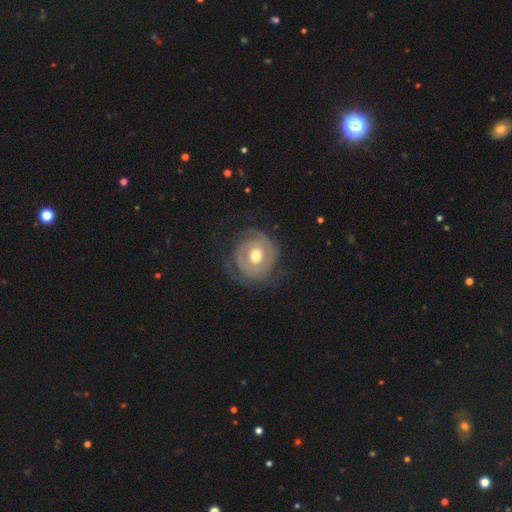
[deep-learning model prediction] Smooth or featured?
  - featured or disk: 66% *
  - smooth: 28%
  - star or artifact: 6%
Edge-on disk?
  - no: 97% *
  - yes: 3%
Bar?
  - no: 75% *
  - weak: 19%
  - strong: 5%
Spiral arms?
  - yes: 63% *
  - no: 37%
Bulge size?
  - moderate: 76% *
  - small: 13%
  - large: 9%
  - dominant: 1%
  - none: 1%
Merging?
  - none: 64% *
  - minor disturbance: 20%
  - major disturbance: 14%
  - merger: 1%